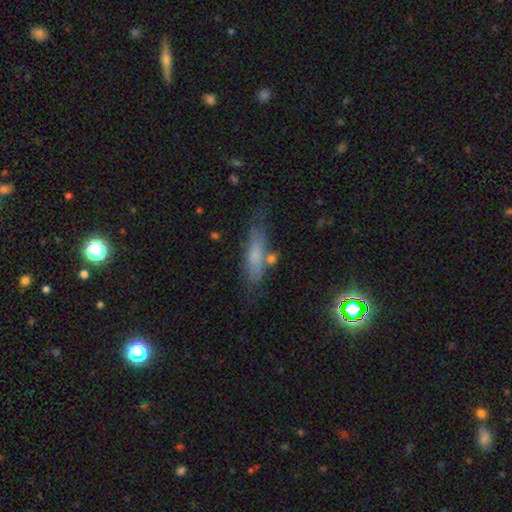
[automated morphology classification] Smooth or featured: smooth — 65% (featured or disk — 24%)
How rounded: cigar-shaped — 67% (in between — 30%)
Merging: none — 67% (minor disturbance — 20%)